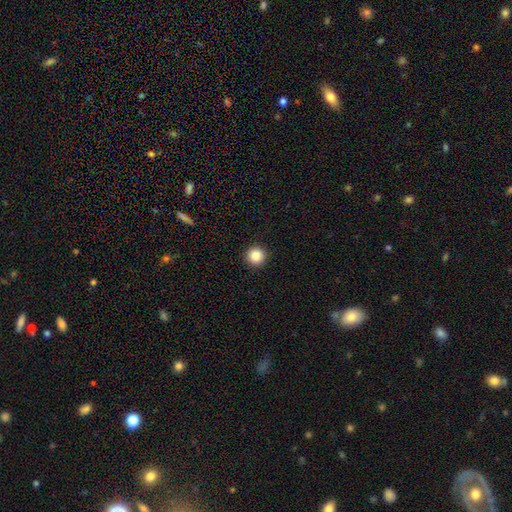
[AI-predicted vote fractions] Q: Smooth or featured?
A: smooth (87%); runner-up: star or artifact (10%)
Q: How rounded?
A: round (96%); runner-up: in between (3%)
Q: Merging?
A: none (93%); runner-up: minor disturbance (4%)